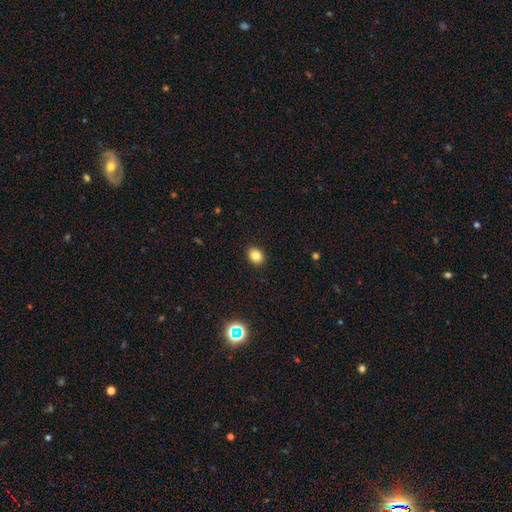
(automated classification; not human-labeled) Morphology: type=smooth (82%); roundness=round (56%); merging=none (91%).